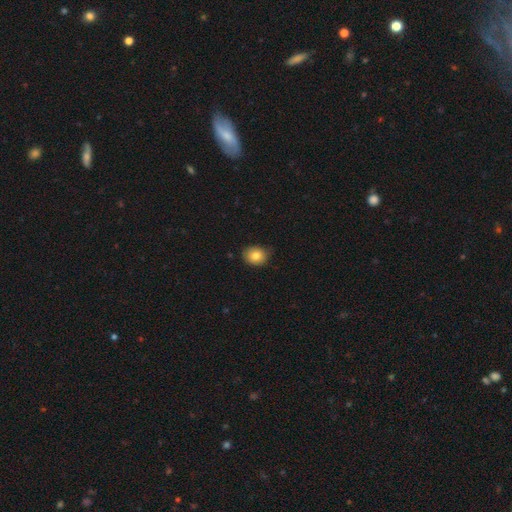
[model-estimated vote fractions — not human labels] The model was most divided on "how rounded": round: 61%, in between: 38%, cigar-shaped: 1%. More confident: smooth or featured — smooth (82%); merging — none (78%).